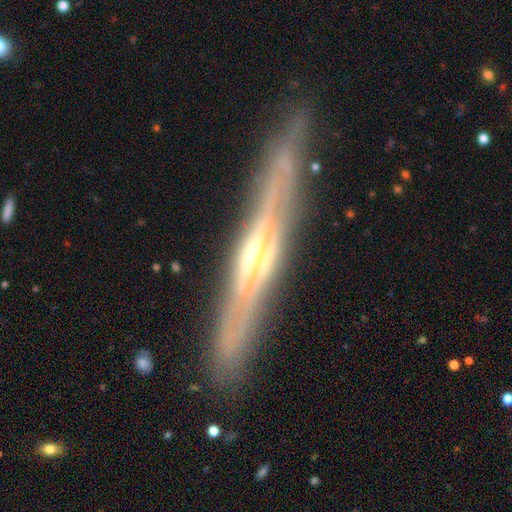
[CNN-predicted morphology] This appears to be a featured or disk galaxy (86%) viewed edge-on (96%) with a rounded central bulge (71%). Merging: none (87%).